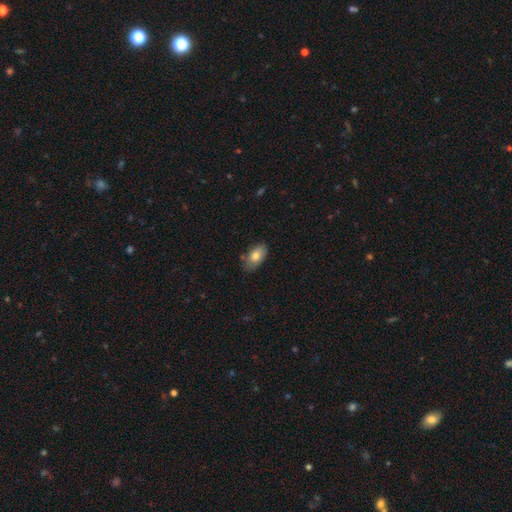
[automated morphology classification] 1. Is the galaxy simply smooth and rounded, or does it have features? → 78% smooth, 15% featured or disk, 7% star or artifact.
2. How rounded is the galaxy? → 92% in between, 5% round, 3% cigar-shaped.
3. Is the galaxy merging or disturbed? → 74% none, 20% minor disturbance, 3% major disturbance, 3% merger.